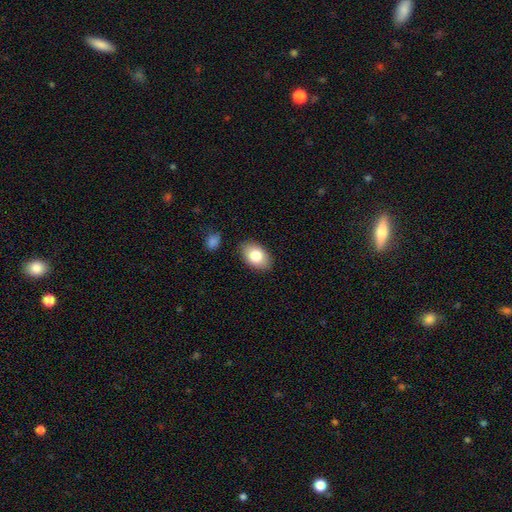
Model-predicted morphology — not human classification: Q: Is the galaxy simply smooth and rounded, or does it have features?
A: smooth — 80%.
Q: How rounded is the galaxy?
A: in between — 89%.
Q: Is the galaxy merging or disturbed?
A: none — 86%.